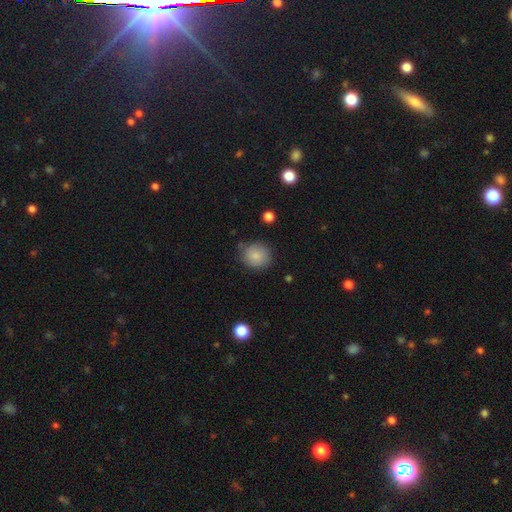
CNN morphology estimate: A smooth galaxy with no disk features (85%) that is round (84%).

Vote fractions:
- Smooth or featured? smooth: 85% / star or artifact: 8% / featured or disk: 6%
- How rounded? round: 84% / in between: 15% / cigar-shaped: 1%
- Merging? none: 80% / minor disturbance: 14% / major disturbance: 3% / merger: 3%